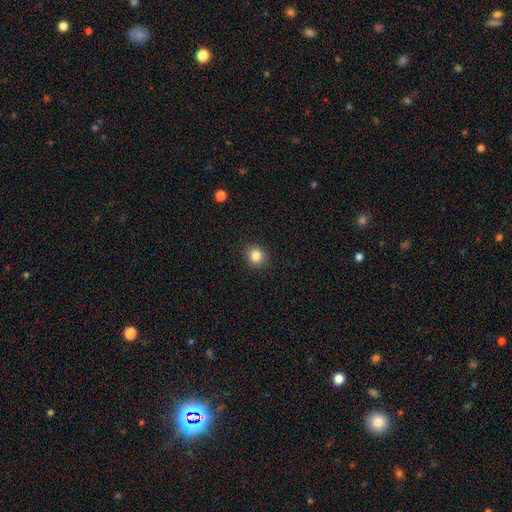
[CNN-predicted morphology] This is clearly a smooth galaxy (84%). How rounded: likely round (79%). Merging: clearly none (91%).